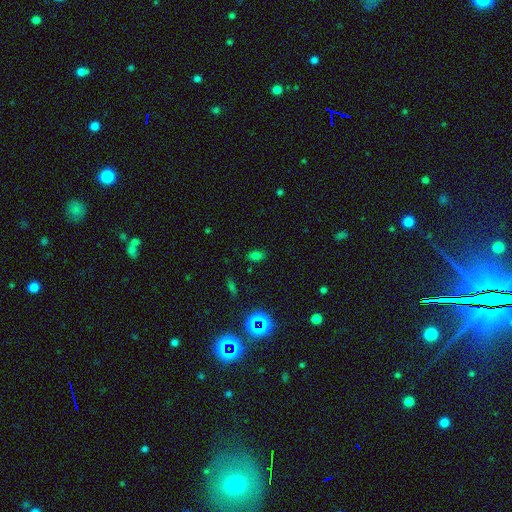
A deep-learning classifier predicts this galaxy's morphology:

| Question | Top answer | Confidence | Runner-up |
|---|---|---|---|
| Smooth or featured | smooth | 69% | star or artifact (25%) |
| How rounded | in between | 86% | round (11%) |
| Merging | none | 83% | minor disturbance (11%) |